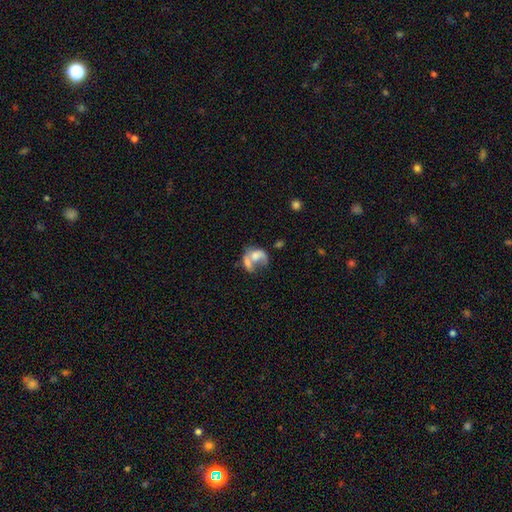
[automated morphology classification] A smooth galaxy with no disk features (48%).

Vote fractions:
- Smooth or featured? smooth: 48% / featured or disk: 42% / star or artifact: 10%
- Merging? merger: 57% / major disturbance: 19% / none: 15% / minor disturbance: 9%